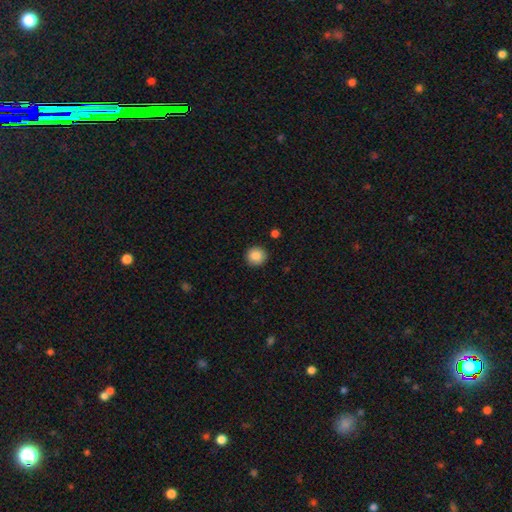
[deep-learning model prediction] smooth 87%, star or artifact 9%, featured or disk 4%. Down the decision tree: how rounded — round (93%); merging — none (91%).